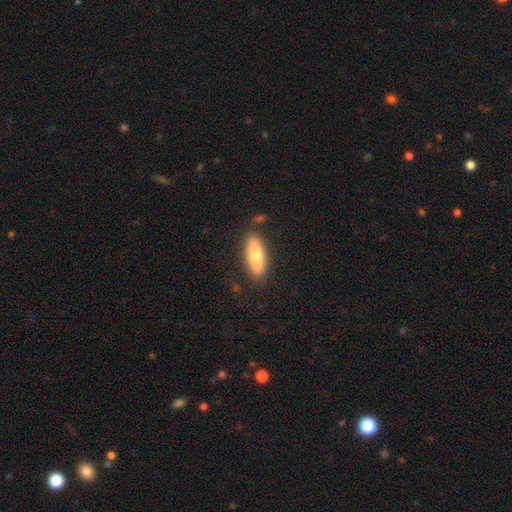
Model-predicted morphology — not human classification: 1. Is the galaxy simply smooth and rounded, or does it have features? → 71% smooth, 23% featured or disk, 6% star or artifact.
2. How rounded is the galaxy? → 70% in between, 28% cigar-shaped, 2% round.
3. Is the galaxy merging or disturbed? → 84% none, 11% minor disturbance, 3% merger, 2% major disturbance.